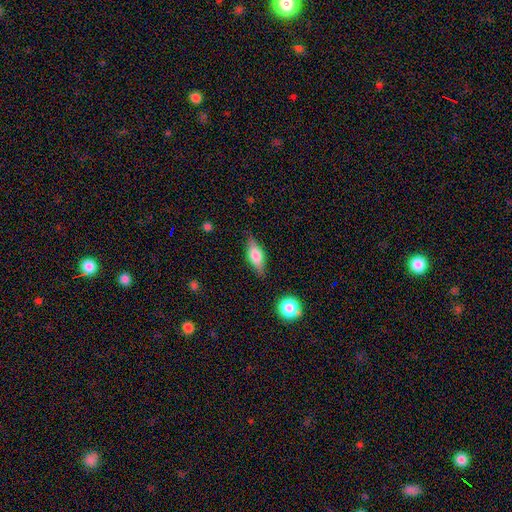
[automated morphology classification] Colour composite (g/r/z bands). It shows a smooth galaxy with no disk features (50%) that is in between round and cigar-shaped (66%). Merging: none (81%).